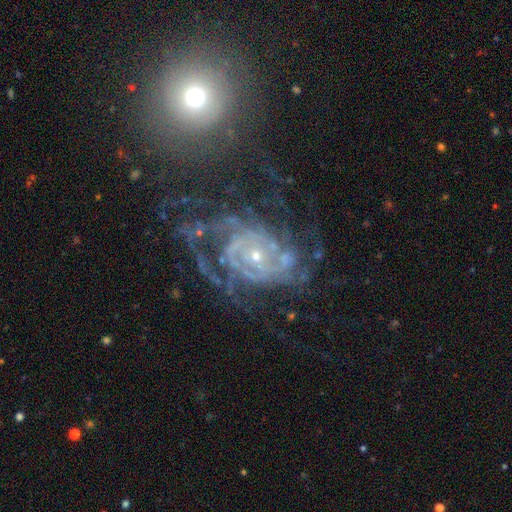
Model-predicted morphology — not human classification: Smooth or featured: featured or disk — 86% (star or artifact — 9%)
Edge-on disk: no — 97% (yes — 3%)
Bar: no — 71% (weak — 21%)
Spiral arms: yes — 95% (no — 5%)
Spiral winding: tight — 64% (medium — 28%)
Spiral arm count: can't tell — 30% (3 — 19%)
Bulge size: small — 72% (moderate — 24%)
Merging: none — 46% (major disturbance — 26%)